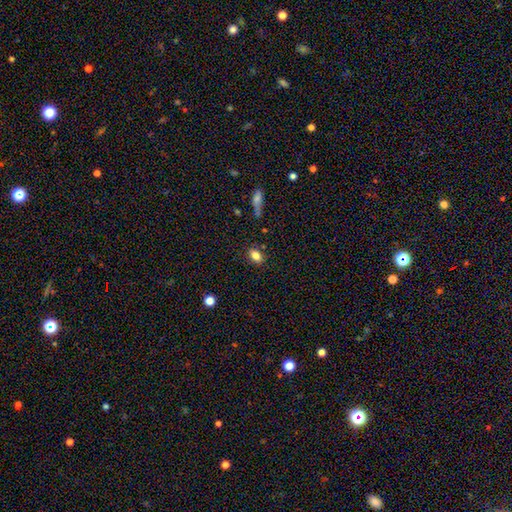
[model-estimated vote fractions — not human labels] smooth 83%, star or artifact 10%, featured or disk 7%. Down the decision tree: how rounded — in between (77%); merging — none (83%).